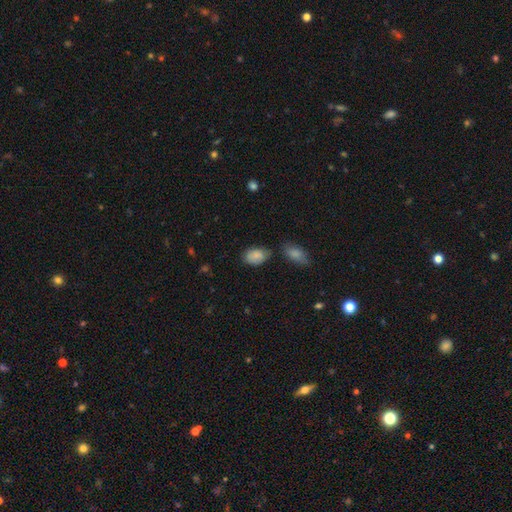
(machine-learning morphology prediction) The model was most divided on "merging": none: 64%, minor disturbance: 22%, merger: 9%, major disturbance: 5%. More confident: how rounded — in between (87%); smooth or featured — smooth (83%).